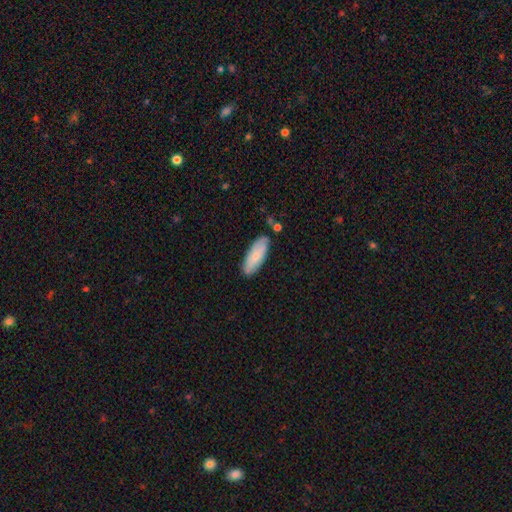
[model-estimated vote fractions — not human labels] Smooth or featured? Predicted: smooth (p=0.73). How rounded? Predicted: in between (p=0.72). Merging? Predicted: none (p=0.80).